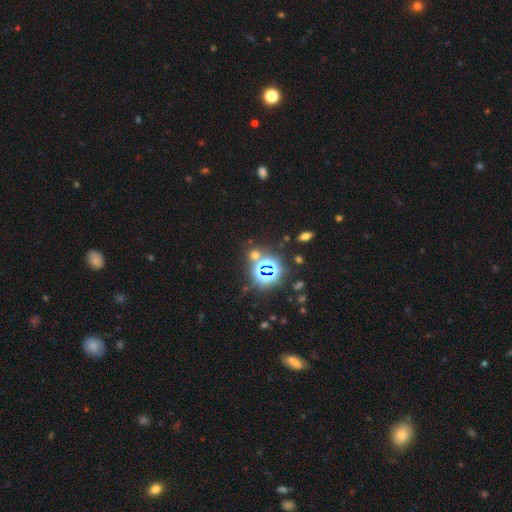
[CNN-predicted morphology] This appears to be a star or artifact, not a galaxy (67%).